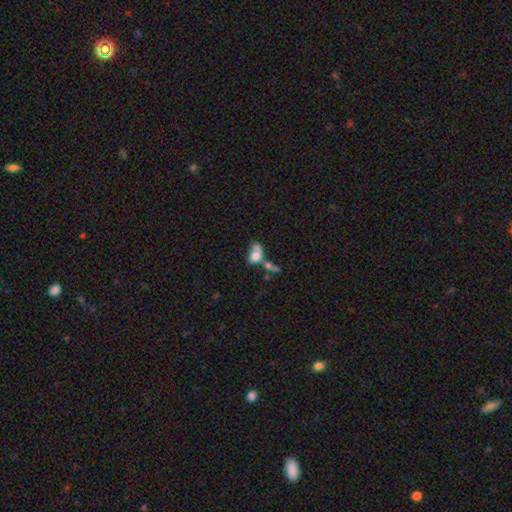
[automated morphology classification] smooth-or-featured: smooth: 60% | featured or disk: 29% | star or artifact: 11%
  how-rounded: in between: 69% | round: 27% | cigar-shaped: 4%
  merging: merger: 54% | major disturbance: 21% | none: 15% | minor disturbance: 10%